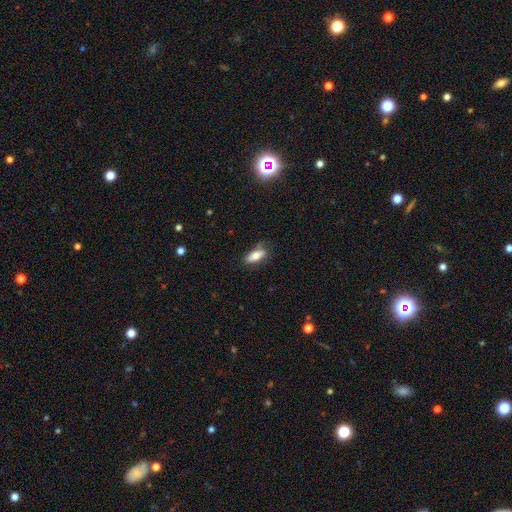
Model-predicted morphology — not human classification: A smooth galaxy with no disk features (72%) that is in between round and cigar-shaped (73%).

Vote fractions:
- Smooth or featured? smooth: 72% / featured or disk: 20% / star or artifact: 7%
- How rounded? in between: 73% / cigar-shaped: 25% / round: 3%
- Merging? none: 66% / minor disturbance: 24% / major disturbance: 7% / merger: 2%